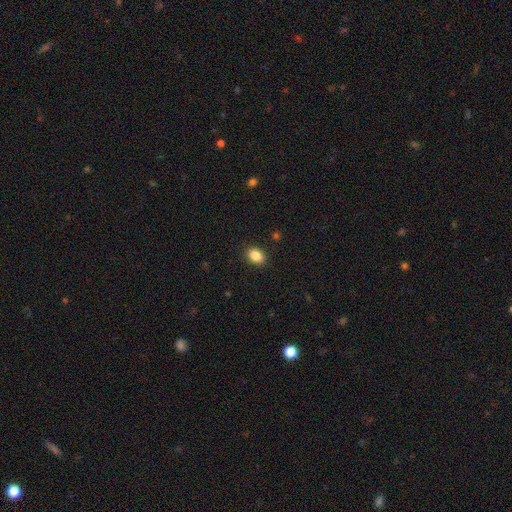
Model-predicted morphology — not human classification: Smooth or featured?
  - smooth: 86% *
  - star or artifact: 9%
  - featured or disk: 5%
How rounded?
  - in between: 74% *
  - round: 25%
  - cigar-shaped: 1%
Merging?
  - none: 90% *
  - minor disturbance: 7%
  - major disturbance: 2%
  - merger: 1%